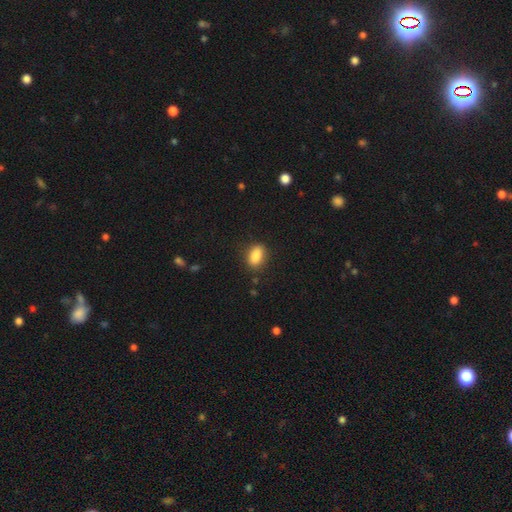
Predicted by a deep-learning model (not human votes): This appears to be a smooth galaxy with no disk features (86%) that is in between round and cigar-shaped (85%). Merging: none (84%).